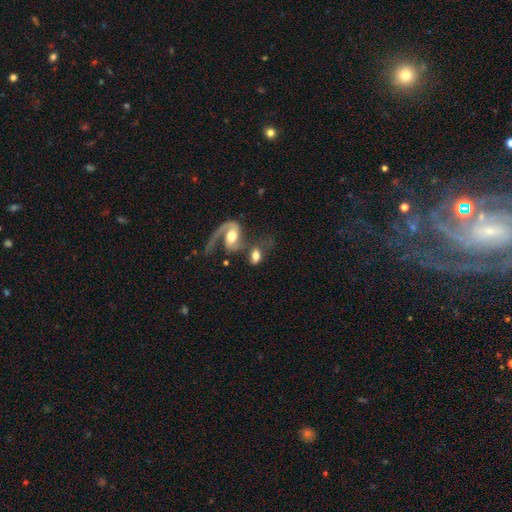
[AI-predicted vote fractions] smooth-or-featured: smooth: 52% | featured or disk: 41% | star or artifact: 7%
  how-rounded: in between: 81% | round: 16% | cigar-shaped: 3%
  merging: merger: 44% | none: 28% | major disturbance: 17% | minor disturbance: 11%